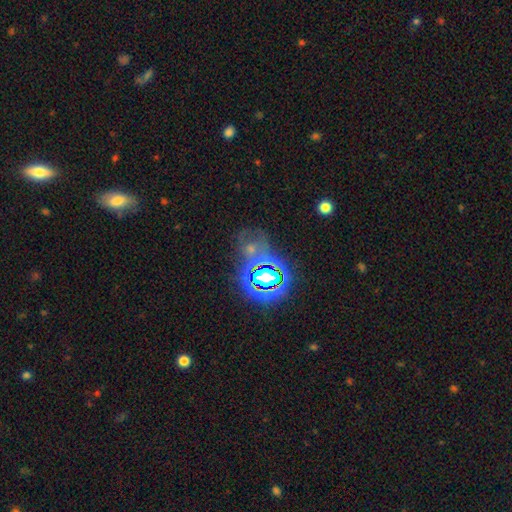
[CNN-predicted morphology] A star or artifact, not a galaxy (73%).

Vote fractions:
- Smooth or featured? star or artifact: 73% / smooth: 16% / featured or disk: 11%